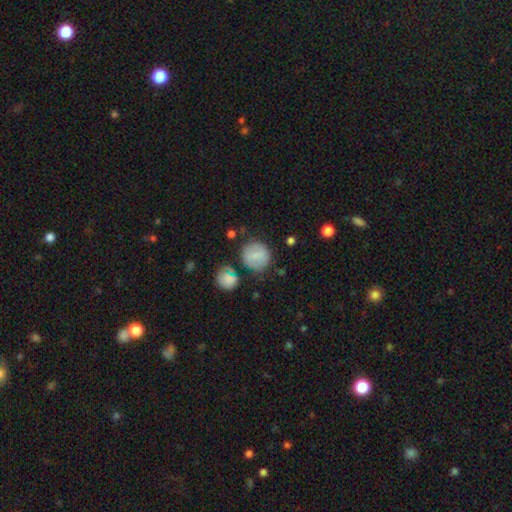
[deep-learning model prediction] Morphology: type=smooth (77%); roundness=round (86%); merging=none (75%).